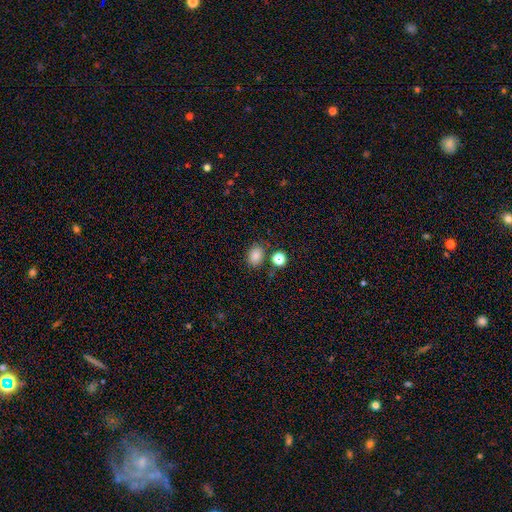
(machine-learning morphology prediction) smooth-or-featured: smooth: 82% | star or artifact: 13% | featured or disk: 5%
  how-rounded: in between: 63% | round: 36% | cigar-shaped: 1%
  merging: none: 76% | minor disturbance: 12% | merger: 7% | major disturbance: 4%